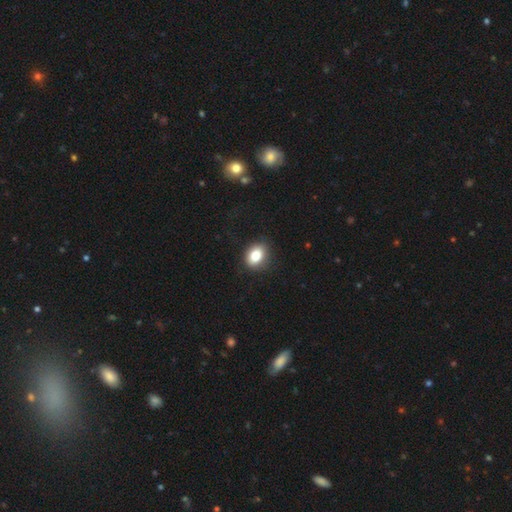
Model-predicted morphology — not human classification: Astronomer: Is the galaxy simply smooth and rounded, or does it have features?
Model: smooth — 81%.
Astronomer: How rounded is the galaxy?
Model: in between — 65%.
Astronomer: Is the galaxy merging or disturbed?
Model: none — 86%.